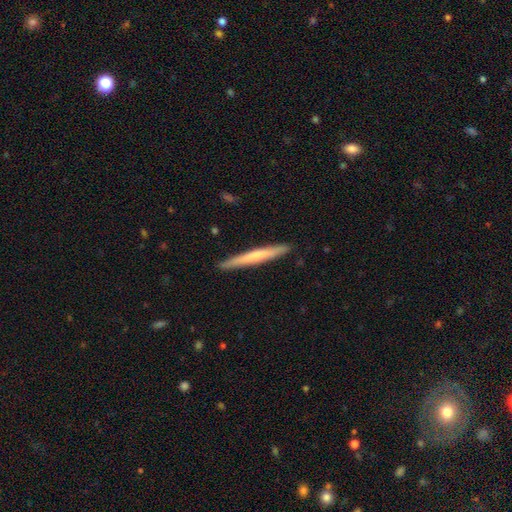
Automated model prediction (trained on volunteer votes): Overall: smooth (55%; featured or disk 40%). How rounded: cigar-shaped (97%). Merging: none (91%).